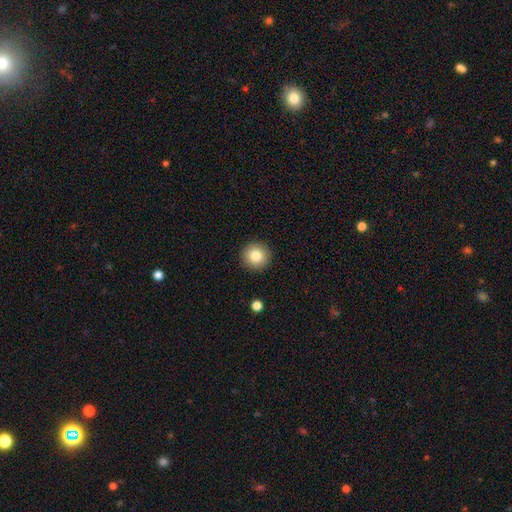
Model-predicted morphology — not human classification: Smooth or featured? smooth (82%)
How rounded? round (95%)
Merging? none (92%)